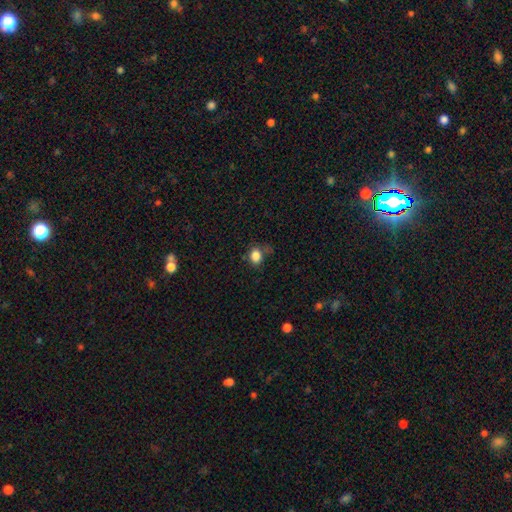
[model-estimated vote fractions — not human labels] Overall: smooth (83%). How rounded: round (54%; in between 45%). Merging: none (59%; minor disturbance 26%).